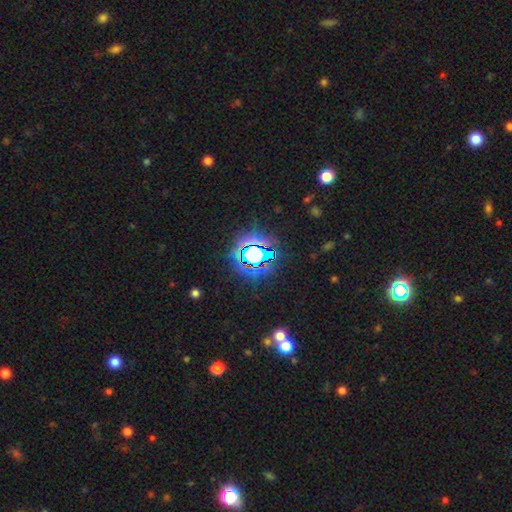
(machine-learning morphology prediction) Smooth or featured? star or artifact (72%)